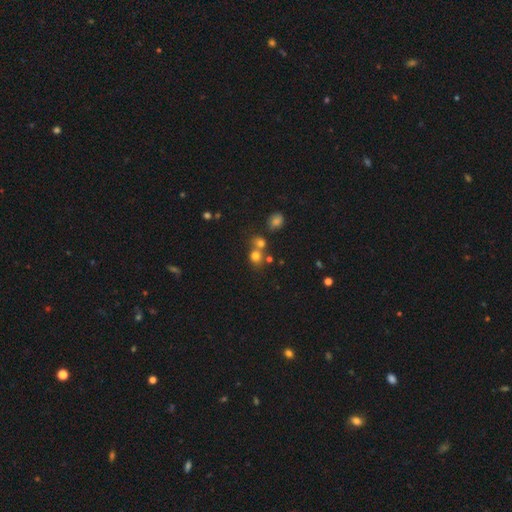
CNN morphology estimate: Smooth or featured: smooth — 72% (star or artifact — 18%)
How rounded: round — 81% (in between — 18%)
Merging: none — 50% (merger — 38%)